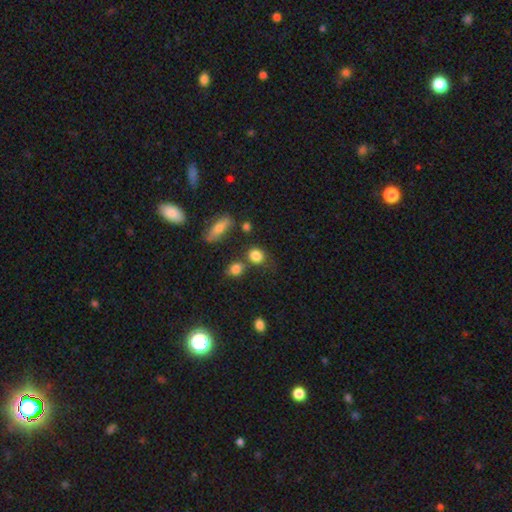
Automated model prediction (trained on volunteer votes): A smooth galaxy with no disk features (82%) that is round (67%).

Vote fractions:
- Smooth or featured? smooth: 82% / star or artifact: 11% / featured or disk: 7%
- How rounded? round: 67% / in between: 31% / cigar-shaped: 2%
- Merging? none: 62% / merger: 18% / minor disturbance: 15% / major disturbance: 5%